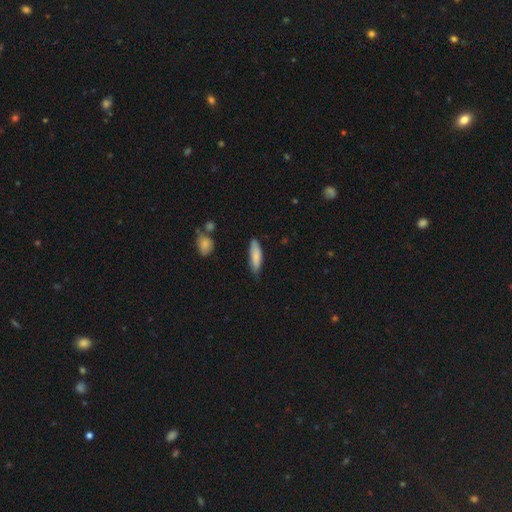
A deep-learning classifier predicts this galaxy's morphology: The model was most divided on "how rounded": cigar-shaped: 60%, in between: 39%, round: 2%. More confident: smooth or featured — smooth (83%); merging — none (75%).